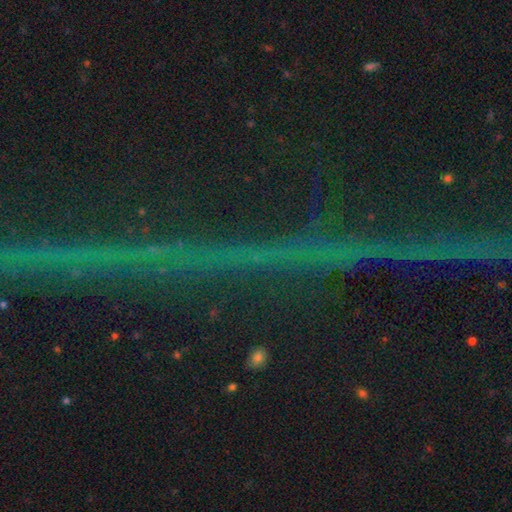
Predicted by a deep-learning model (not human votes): Overall: star or artifact (83%).